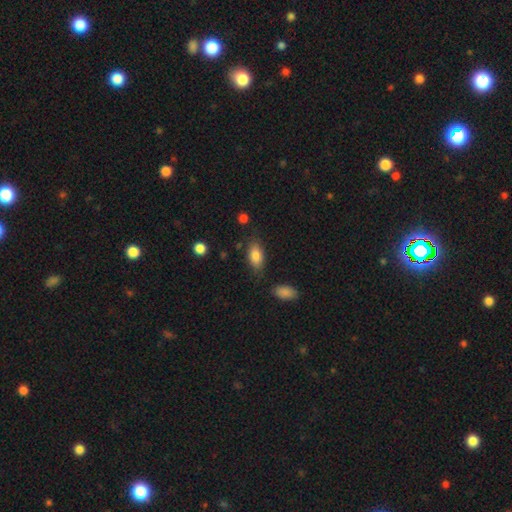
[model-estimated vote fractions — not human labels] A smooth galaxy with no disk features (83%) that is in between round and cigar-shaped (89%).

Vote fractions:
- Smooth or featured? smooth: 83% / featured or disk: 9% / star or artifact: 7%
- How rounded? in between: 89% / cigar-shaped: 6% / round: 5%
- Merging? none: 77% / minor disturbance: 15% / major disturbance: 4% / merger: 4%